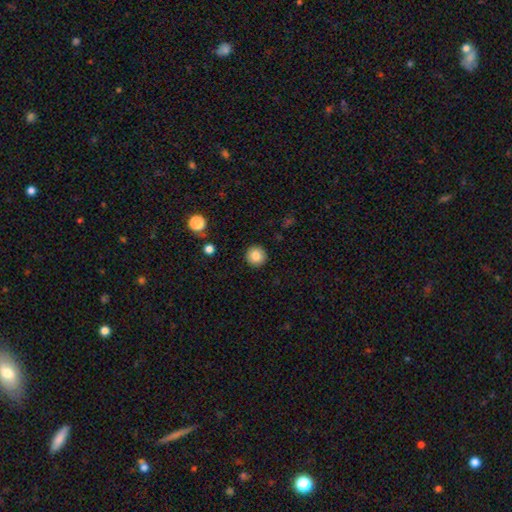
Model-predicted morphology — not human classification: Smooth or featured: smooth — 84% (star or artifact — 9%)
How rounded: round — 95% (in between — 4%)
Merging: none — 92% (minor disturbance — 5%)